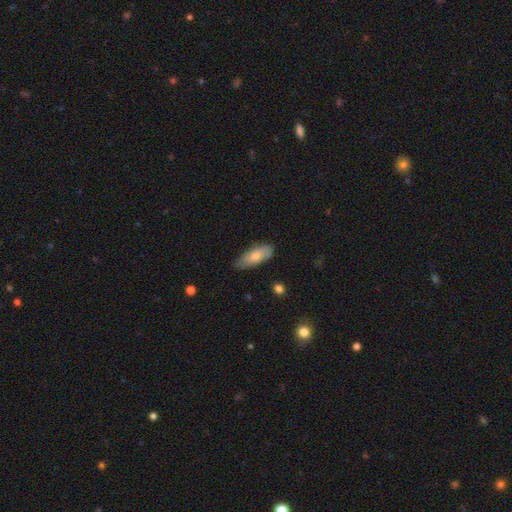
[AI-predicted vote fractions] Morphology: type=smooth (70%); roundness=in between (74%); merging=none (78%).